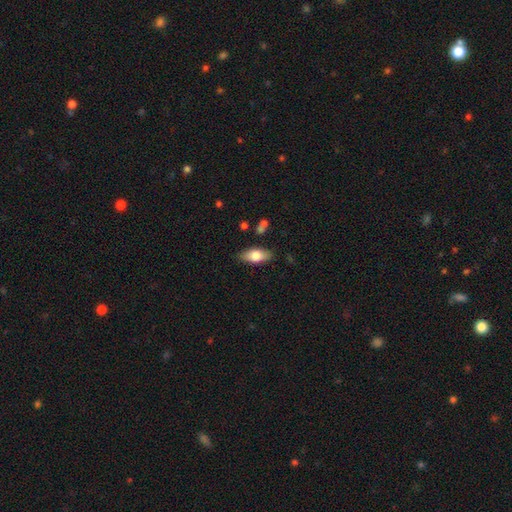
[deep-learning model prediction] smooth 72%, featured or disk 21%, star or artifact 7%. Down the decision tree: how rounded — in between (85%); merging — none (81%).